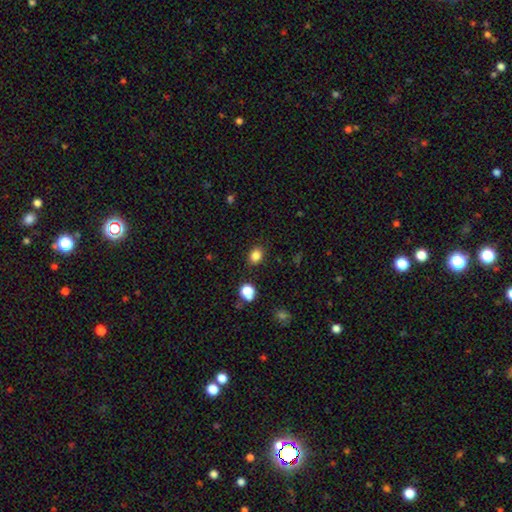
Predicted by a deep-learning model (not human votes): A smooth galaxy with no disk features (84%) that is in between round and cigar-shaped (52%). Merging: none (87%).